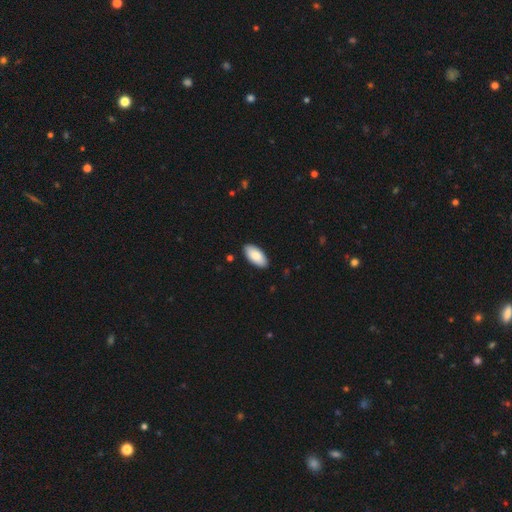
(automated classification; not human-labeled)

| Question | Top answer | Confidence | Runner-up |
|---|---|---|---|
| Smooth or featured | smooth | 86% | featured or disk (9%) |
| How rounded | in between | 93% | cigar-shaped (5%) |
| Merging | none | 90% | minor disturbance (8%) |